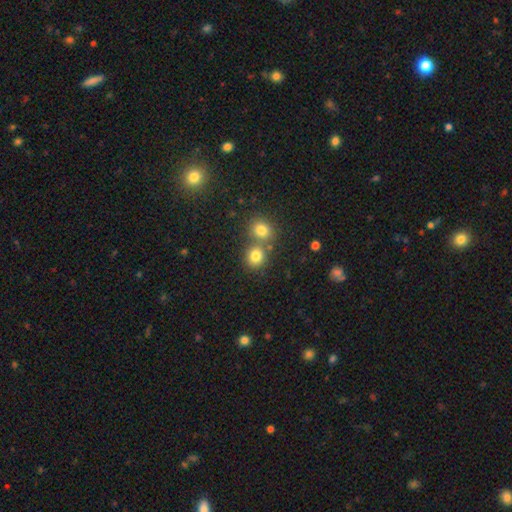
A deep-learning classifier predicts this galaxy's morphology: Smooth or featured: smooth — 80% (star or artifact — 13%)
How rounded: round — 82% (in between — 17%)
Merging: none — 58% (merger — 32%)